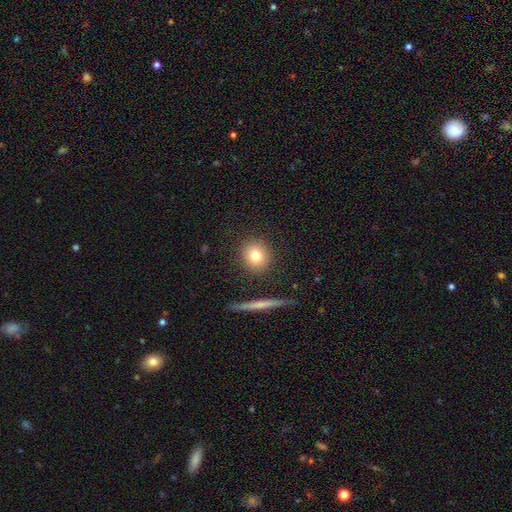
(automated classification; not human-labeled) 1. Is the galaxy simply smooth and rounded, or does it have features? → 78% smooth, 12% featured or disk, 10% star or artifact.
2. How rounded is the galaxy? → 86% round, 12% in between, 2% cigar-shaped.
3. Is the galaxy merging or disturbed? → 88% none, 7% minor disturbance, 3% major disturbance, 2% merger.